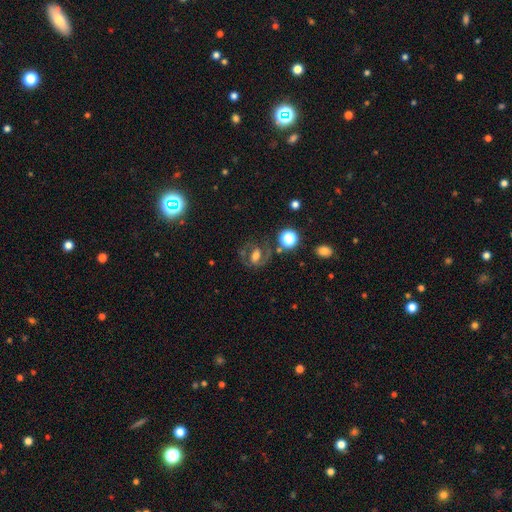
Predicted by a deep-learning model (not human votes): Smooth or featured: featured or disk — 55% (smooth — 30%)
Edge-on disk: no — 94% (yes — 6%)
Bar: no — 36% (tied with weak — 36%)
Spiral arms: yes — 65% (no — 35%)
Bulge size: moderate — 47% (large — 27%)
Merging: none — 64% (minor disturbance — 17%)